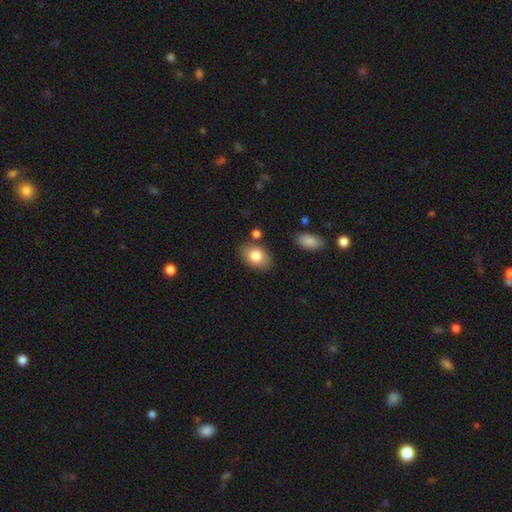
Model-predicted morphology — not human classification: smooth-or-featured: smooth: 80% | featured or disk: 13% | star or artifact: 8%
  how-rounded: in between: 81% | round: 18% | cigar-shaped: 1%
  merging: none: 80% | minor disturbance: 12% | merger: 5% | major disturbance: 3%